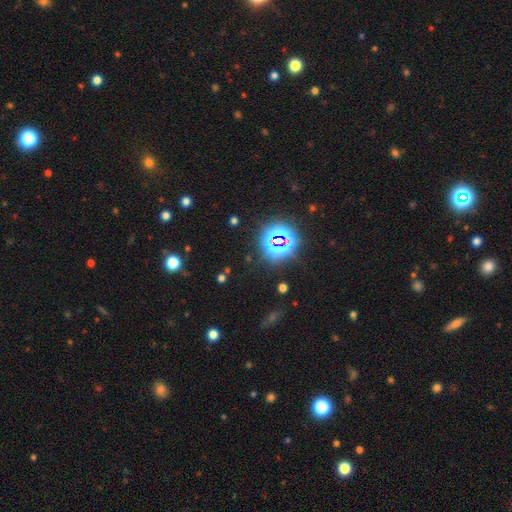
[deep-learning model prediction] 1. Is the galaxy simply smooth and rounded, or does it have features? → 80% star or artifact, 13% smooth, 7% featured or disk.